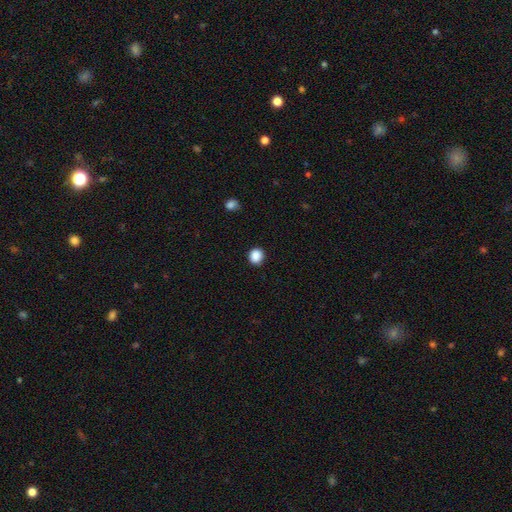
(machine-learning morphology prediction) type=smooth (88%); roundness=round (84%); merging=none (90%).